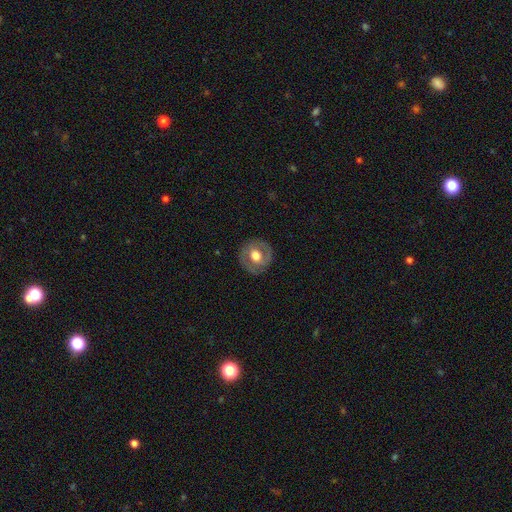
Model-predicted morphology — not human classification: smooth-or-featured: featured or disk: 54% | smooth: 40% | star or artifact: 6%
  disk-edge-on: no: 96% | yes: 4%
    bar: no: 65% | weak: 27% | strong: 8%
    has-spiral-arms: no: 57% | yes: 43%
    bulge-size: moderate: 55% | large: 38% | small: 4% | dominant: 2% | none: 1%
  merging: none: 85% | minor disturbance: 10% | major disturbance: 4% | merger: 1%